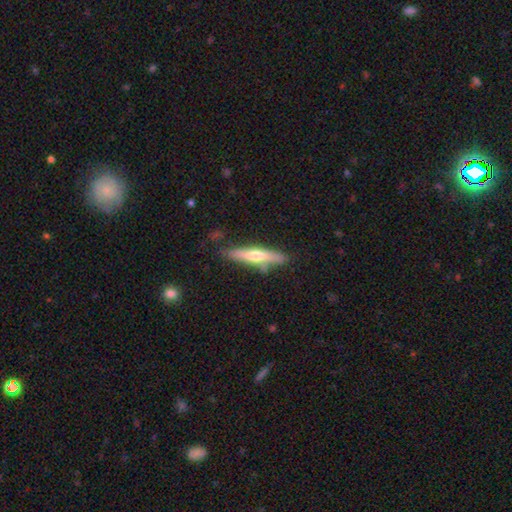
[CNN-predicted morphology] Smooth or featured? Predicted: featured or disk (p=0.50). Merging? Predicted: none (p=0.74).